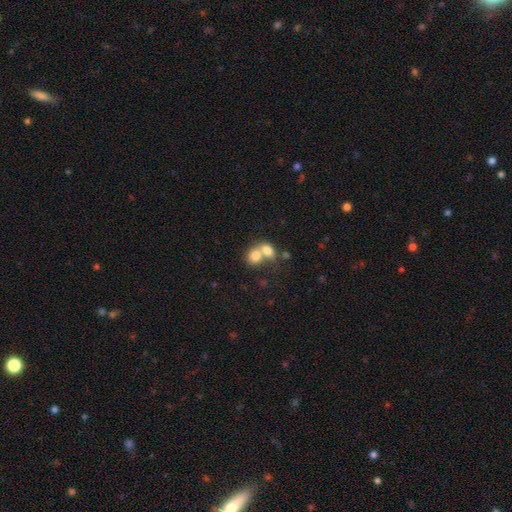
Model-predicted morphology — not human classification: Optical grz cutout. It shows a smooth galaxy with no disk features (76%) that is in between round and cigar-shaped (50%). Merging: merger (71%).